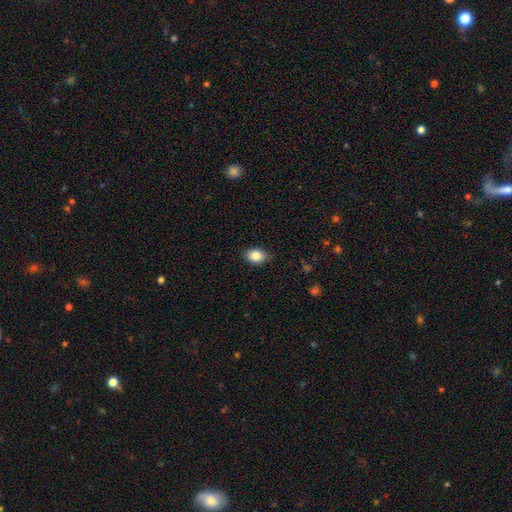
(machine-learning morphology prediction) Smooth or featured?
  - smooth: 86% *
  - star or artifact: 8%
  - featured or disk: 6%
How rounded?
  - in between: 71% *
  - round: 28%
  - cigar-shaped: 1%
Merging?
  - none: 84% *
  - minor disturbance: 13%
  - major disturbance: 2%
  - merger: 1%